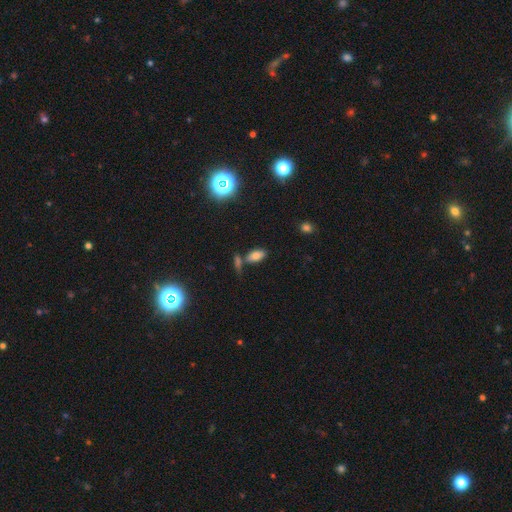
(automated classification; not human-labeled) Morphology: type=smooth (77%); roundness=in between (91%); merging=none (60%).